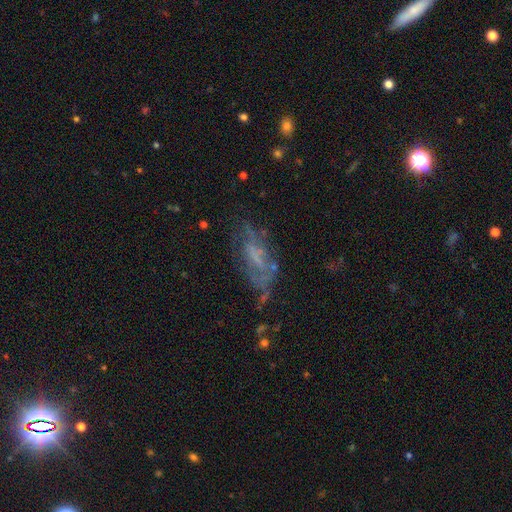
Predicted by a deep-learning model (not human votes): Smooth or featured: featured or disk — 56% (smooth — 29%)
Edge-on disk: no — 88% (yes — 12%)
Merging: none — 45% (major disturbance — 25%)